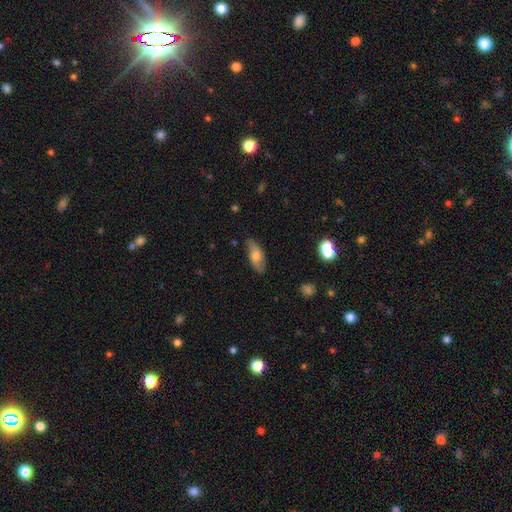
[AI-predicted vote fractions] This appears to be a smooth galaxy with no disk features (56%) that is in between round and cigar-shaped (78%). Merging: none (78%).